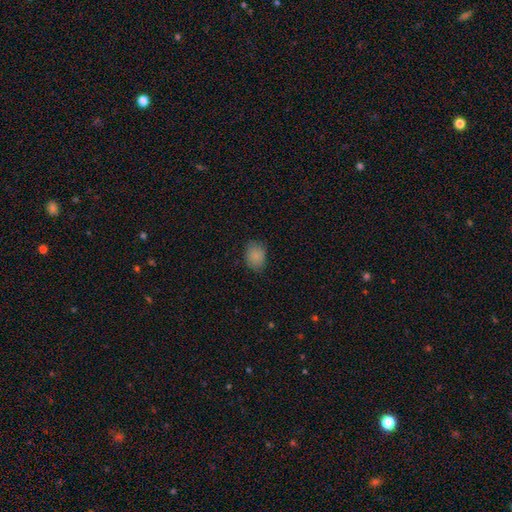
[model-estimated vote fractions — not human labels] smooth_or_featured: smooth (p=0.86) [alt: star or artifact p=0.09]
how_rounded: in between (p=0.62) [alt: round p=0.37]
merging: none (p=0.78) [alt: minor disturbance p=0.17]